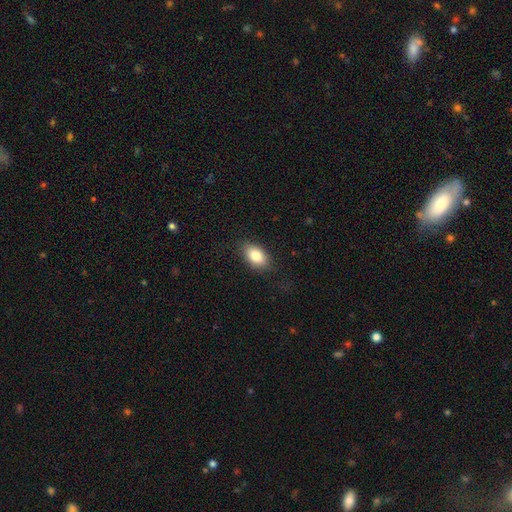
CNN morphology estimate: Smooth or featured? smooth (82%)
How rounded? in between (88%)
Merging? none (82%)